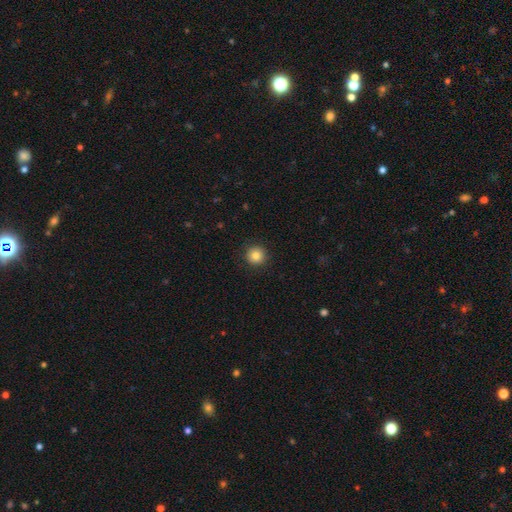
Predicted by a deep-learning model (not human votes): Smooth or featured: smooth — 83% (star or artifact — 10%)
How rounded: round — 95% (in between — 4%)
Merging: none — 92% (minor disturbance — 5%)